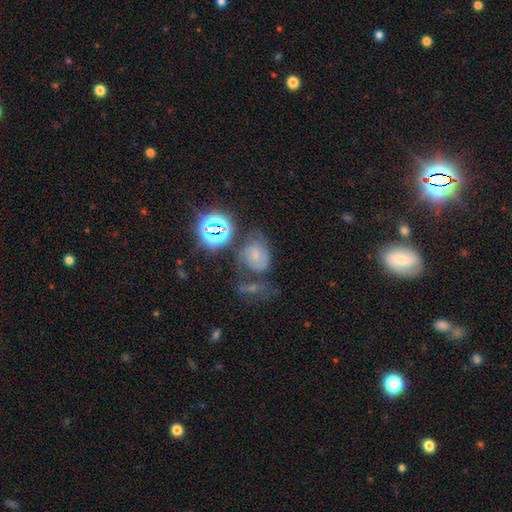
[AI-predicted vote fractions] smooth_or_featured: featured or disk (p=0.42) [alt: smooth p=0.31]
merging: none (p=0.40) [alt: minor disturbance p=0.23]